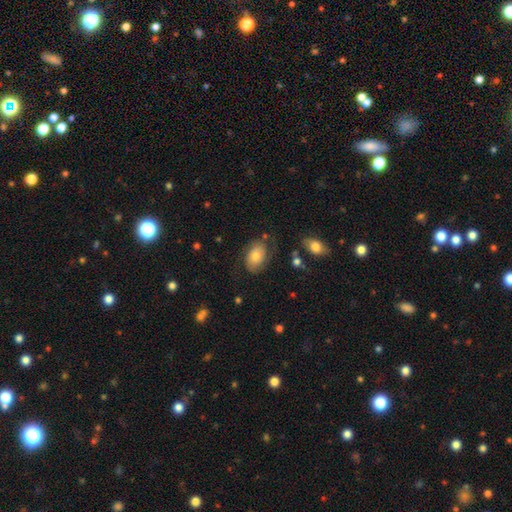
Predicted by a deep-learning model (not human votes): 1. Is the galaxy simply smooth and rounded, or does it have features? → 63% smooth, 28% featured or disk, 8% star or artifact.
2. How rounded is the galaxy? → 87% in between, 12% round, 1% cigar-shaped.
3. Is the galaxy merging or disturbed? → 63% none, 22% minor disturbance, 12% major disturbance, 3% merger.